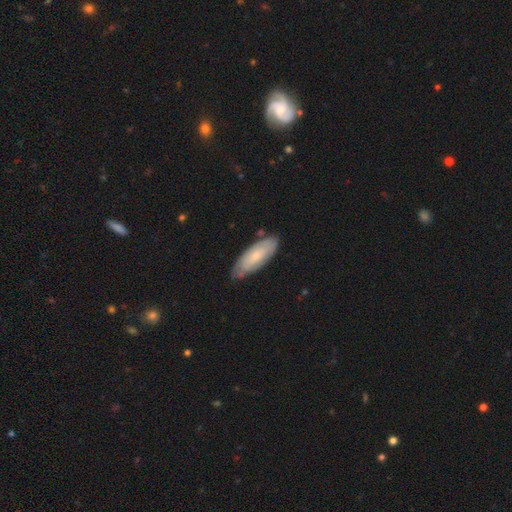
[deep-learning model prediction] This appears to be a smooth galaxy with no disk features (56%) that is in between round and cigar-shaped (70%). Merging: none (74%).